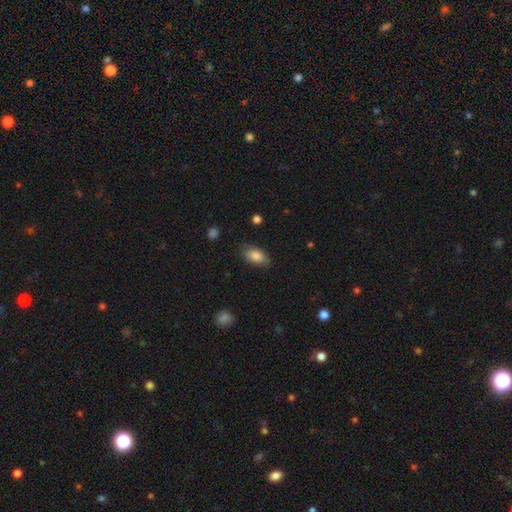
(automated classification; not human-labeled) This appears to be a smooth galaxy with no disk features (85%) that is in between round and cigar-shaped (91%). Merging: none (80%).